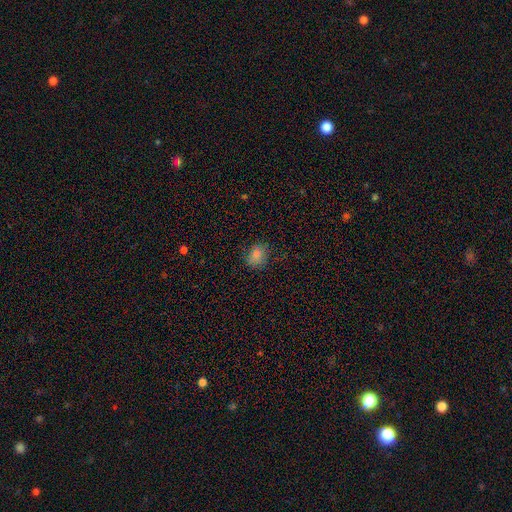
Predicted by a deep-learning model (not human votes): smooth-or-featured: smooth: 79% | star or artifact: 14% | featured or disk: 7%
  how-rounded: in between: 50% | round: 49% | cigar-shaped: 1%
  merging: none: 77% | minor disturbance: 17% | major disturbance: 4% | merger: 1%